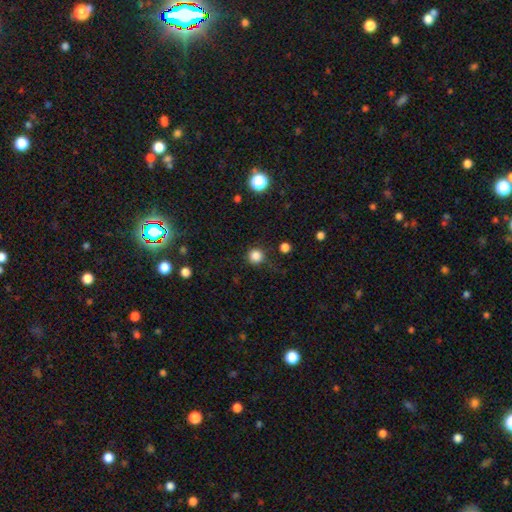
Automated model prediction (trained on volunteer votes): Q: Smooth or featured?
A: smooth (84%); runner-up: star or artifact (12%)
Q: How rounded?
A: round (95%); runner-up: in between (4%)
Q: Merging?
A: none (86%); runner-up: minor disturbance (9%)